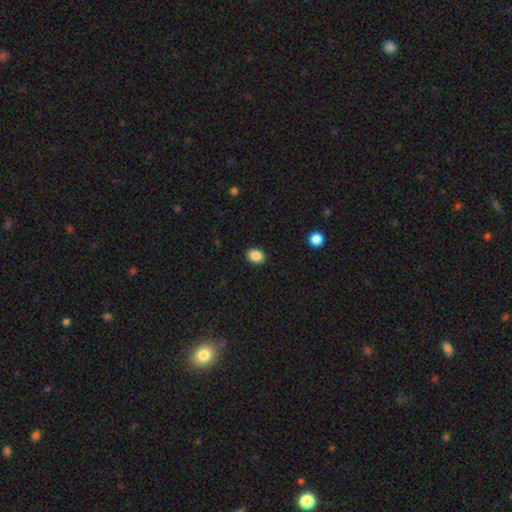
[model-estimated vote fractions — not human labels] smooth_or_featured: smooth (p=0.88) [alt: star or artifact p=0.09]
how_rounded: round (p=0.54) [alt: in between p=0.45]
merging: none (p=0.91) [alt: minor disturbance p=0.06]